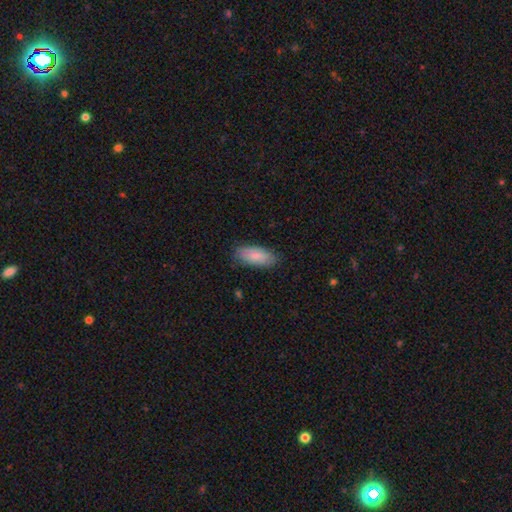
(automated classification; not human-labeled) This is clearly a smooth galaxy (84%). How rounded: clearly in between (84%). Merging: clearly none (84%).